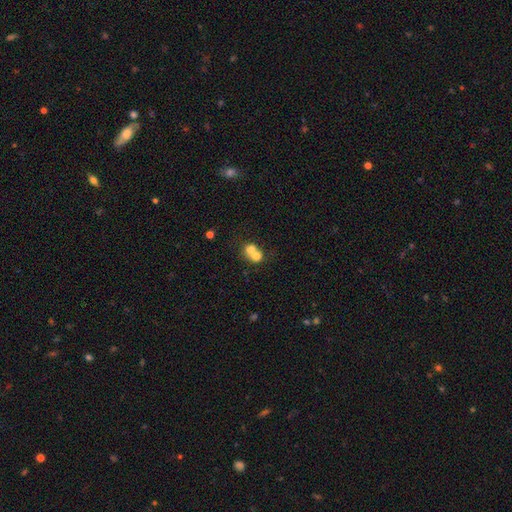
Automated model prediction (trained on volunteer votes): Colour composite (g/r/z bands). It shows a smooth galaxy with no disk features (67%) that is round (66%). Merging: merger (69%).